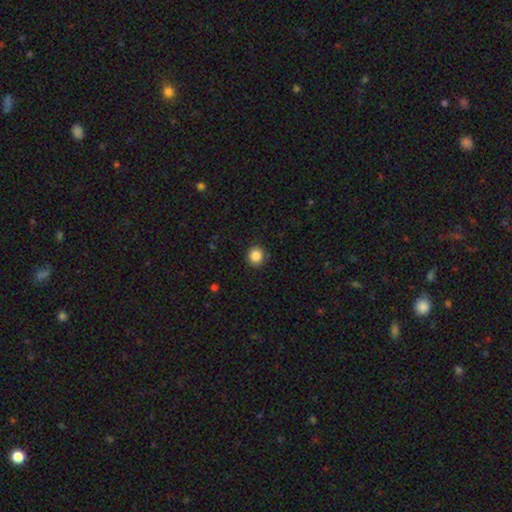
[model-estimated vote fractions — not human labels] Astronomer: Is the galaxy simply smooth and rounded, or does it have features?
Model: smooth — 86%.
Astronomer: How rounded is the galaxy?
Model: round — 89%.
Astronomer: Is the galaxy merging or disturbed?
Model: none — 91%.